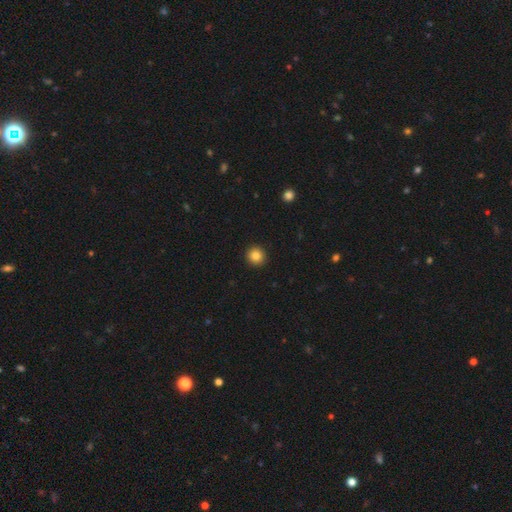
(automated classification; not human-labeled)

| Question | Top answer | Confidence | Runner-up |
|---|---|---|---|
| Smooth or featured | smooth | 85% | star or artifact (10%) |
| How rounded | round | 94% | in between (5%) |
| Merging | none | 93% | minor disturbance (4%) |